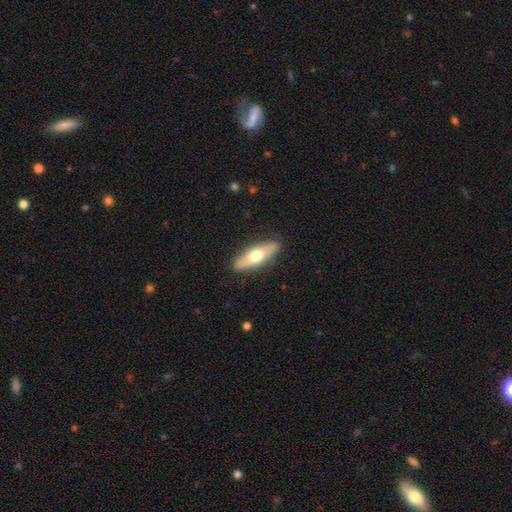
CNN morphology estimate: A smooth galaxy with no disk features (56%) that is in between round and cigar-shaped (49%, tied with cigar-shaped).

Vote fractions:
- Smooth or featured? smooth: 56% / featured or disk: 38% / star or artifact: 5%
- How rounded? in between: 49% (tied) / cigar-shaped: 49% (tied) / round: 3%
- Merging? none: 88% / minor disturbance: 9% / major disturbance: 2% / merger: 1%